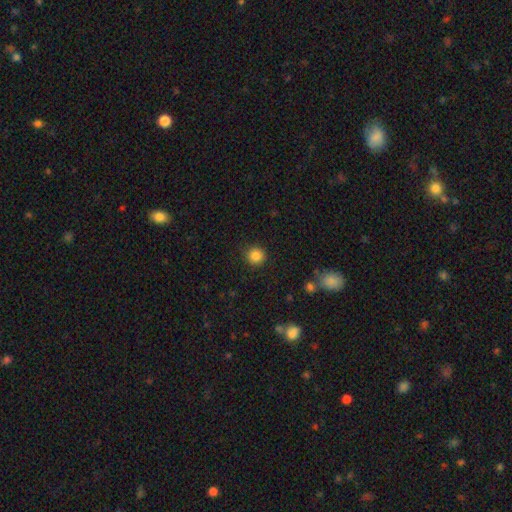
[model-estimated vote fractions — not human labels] The model was most divided on "smooth or featured": smooth: 85%, star or artifact: 11%, featured or disk: 4%. More confident: how rounded — round (93%); merging — none (89%).